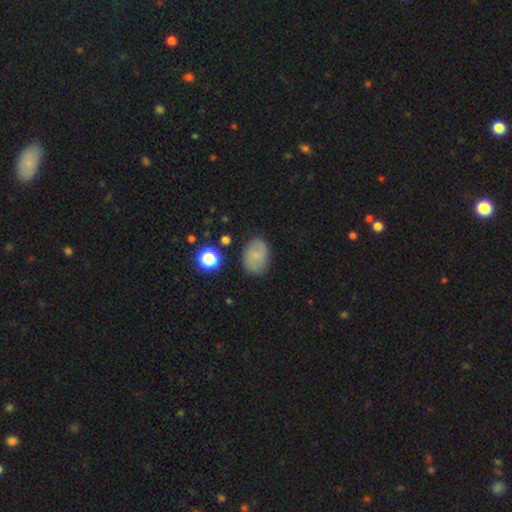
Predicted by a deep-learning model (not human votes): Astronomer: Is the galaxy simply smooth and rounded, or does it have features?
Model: smooth — 70%.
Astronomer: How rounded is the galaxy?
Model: in between — 68%.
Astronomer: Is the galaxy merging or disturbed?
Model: none — 80%.